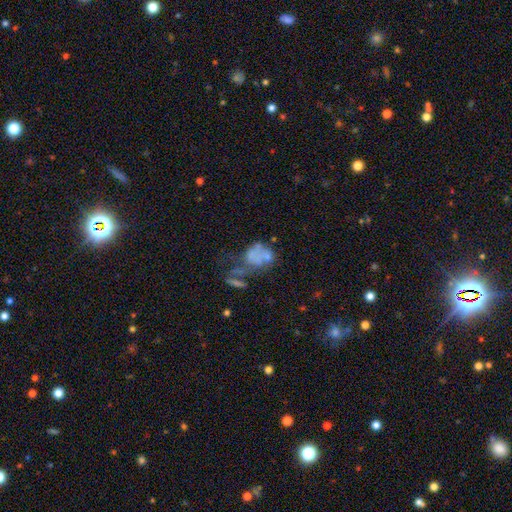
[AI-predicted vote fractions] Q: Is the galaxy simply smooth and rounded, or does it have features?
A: smooth — 44%.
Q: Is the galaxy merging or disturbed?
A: merger — 39%.